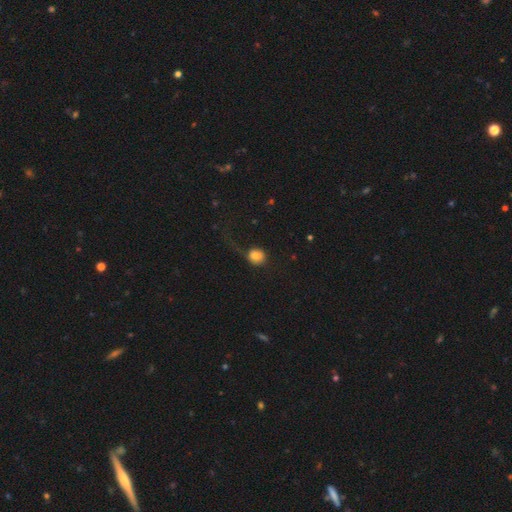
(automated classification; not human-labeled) The model was most divided on "merging": none: 41%, major disturbance: 35%, minor disturbance: 21%, merger: 4%. More confident: smooth or featured — smooth (79%); how rounded — round (69%).